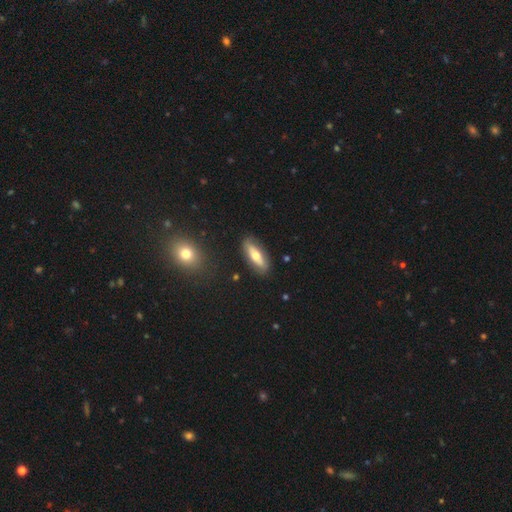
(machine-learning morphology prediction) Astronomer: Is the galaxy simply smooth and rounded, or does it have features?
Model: smooth — 50% (runner-up: featured or disk, 44%).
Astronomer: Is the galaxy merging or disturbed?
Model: none — 84%.